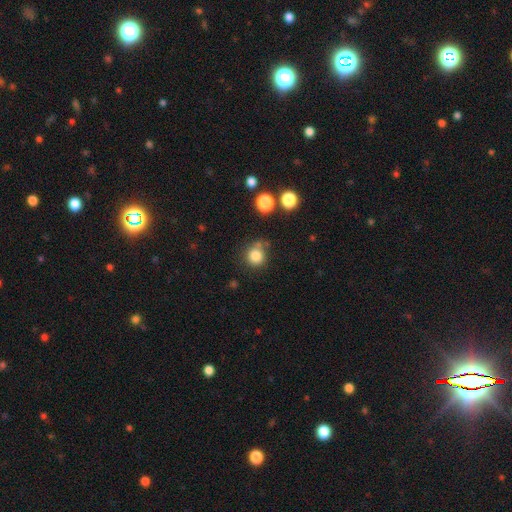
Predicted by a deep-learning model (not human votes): smooth 83%, star or artifact 11%, featured or disk 6%. Down the decision tree: how rounded — round (90%); merging — none (72%).